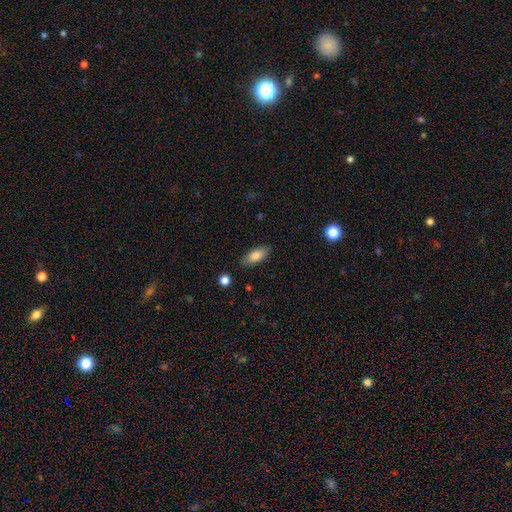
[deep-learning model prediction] Smooth or featured? smooth (83%)
How rounded? in between (85%)
Merging? none (84%)